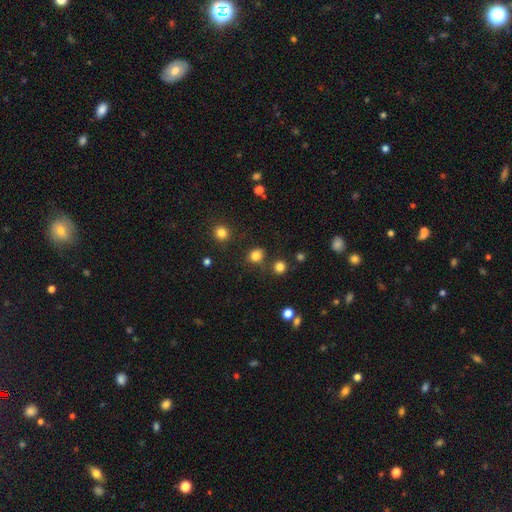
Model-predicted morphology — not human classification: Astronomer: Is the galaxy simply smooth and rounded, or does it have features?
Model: smooth — 81%.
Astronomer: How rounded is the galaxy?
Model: round — 62%.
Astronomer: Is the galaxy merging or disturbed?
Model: none — 75%.